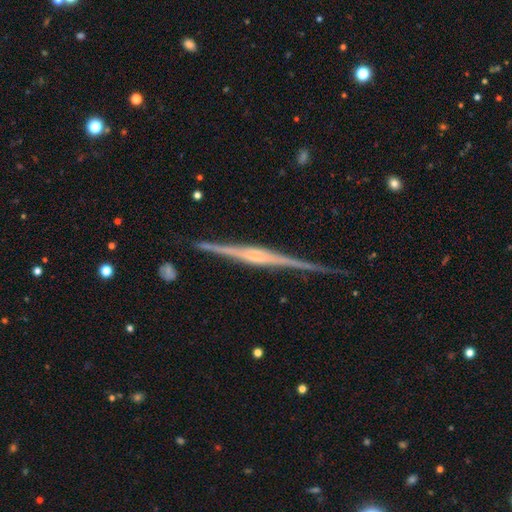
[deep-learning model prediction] A featured or disk galaxy (87%) viewed edge-on (98%) with a rounded central bulge (49%). Merging: none (87%).